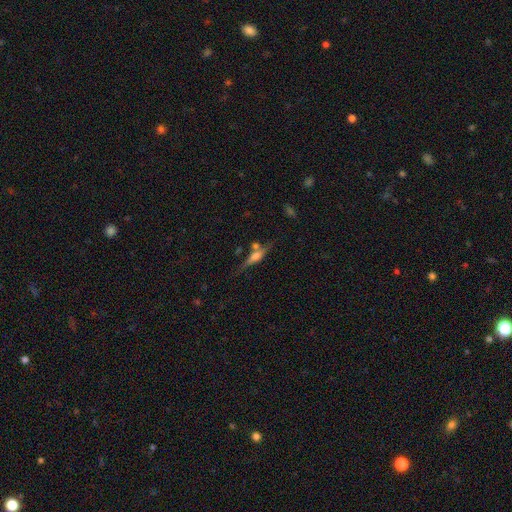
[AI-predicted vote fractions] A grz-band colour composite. It shows a featured or disk galaxy (66%) viewed edge-on (93%) with a rounded central bulge (77%). Merging: none (68%).